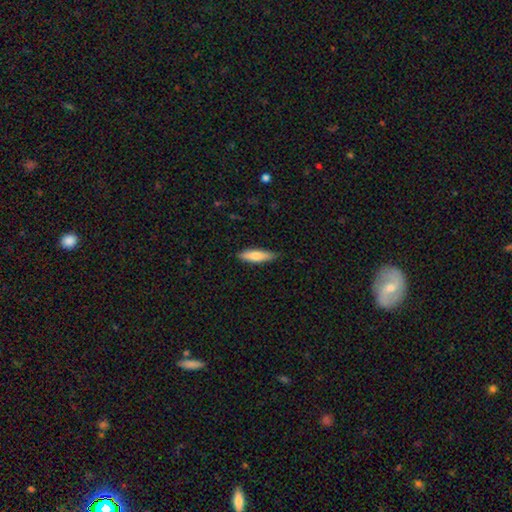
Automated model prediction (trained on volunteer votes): Smooth or featured? smooth (73%)
How rounded? cigar-shaped (65%)
Merging? none (84%)